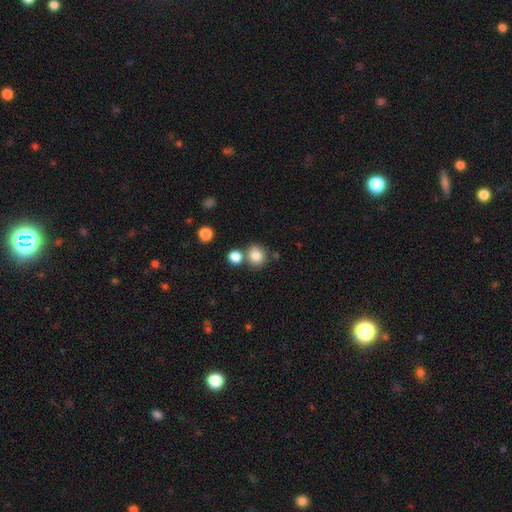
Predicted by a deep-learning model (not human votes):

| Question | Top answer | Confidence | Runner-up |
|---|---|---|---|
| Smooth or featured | smooth | 83% | star or artifact (11%) |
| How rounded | round | 86% | in between (13%) |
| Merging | none | 68% | merger (20%) |